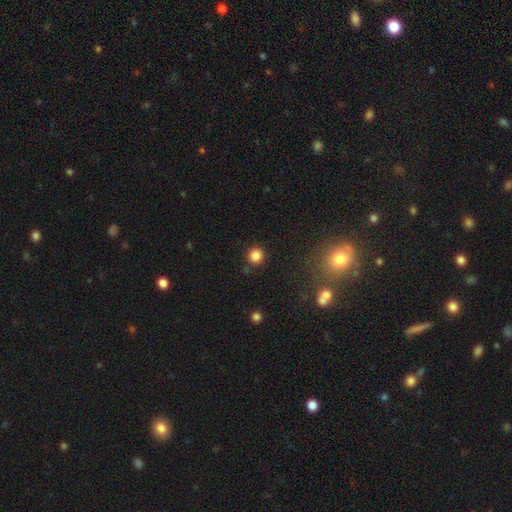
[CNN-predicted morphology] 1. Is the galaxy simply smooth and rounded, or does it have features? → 83% smooth, 13% star or artifact, 5% featured or disk.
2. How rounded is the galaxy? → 94% round, 5% in between, 1% cigar-shaped.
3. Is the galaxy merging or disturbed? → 89% none, 6% minor disturbance, 3% merger, 2% major disturbance.